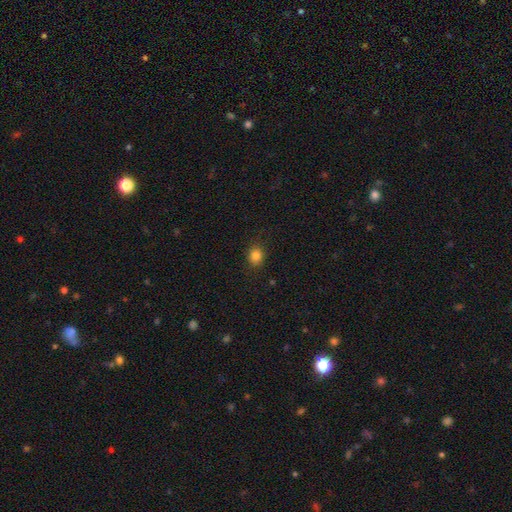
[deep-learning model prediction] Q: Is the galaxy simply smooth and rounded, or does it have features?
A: smooth — 83%.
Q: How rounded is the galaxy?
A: round — 62%.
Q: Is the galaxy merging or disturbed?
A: none — 87%.